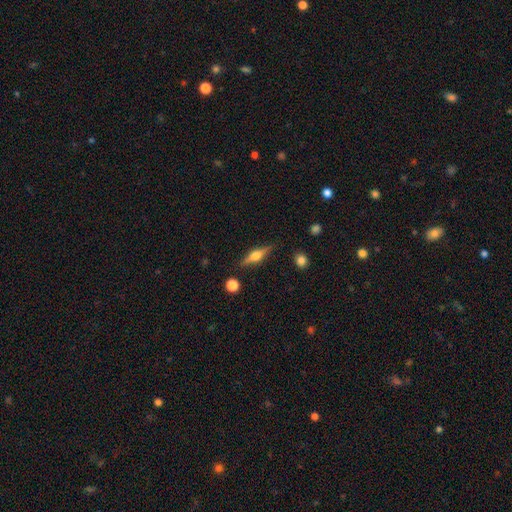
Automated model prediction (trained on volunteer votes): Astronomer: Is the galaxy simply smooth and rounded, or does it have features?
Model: featured or disk — 68%.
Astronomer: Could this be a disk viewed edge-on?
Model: yes — 96%.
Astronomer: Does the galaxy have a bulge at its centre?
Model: rounded — 93%.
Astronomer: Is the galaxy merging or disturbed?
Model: none — 87%.